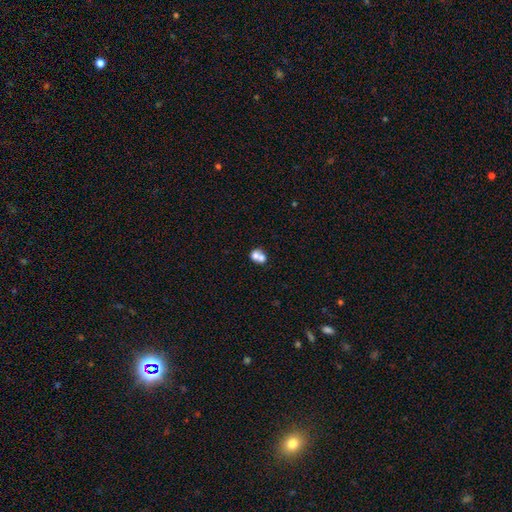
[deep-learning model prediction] A smooth galaxy with no disk features (69%) that is round (65%).

Vote fractions:
- Smooth or featured? smooth: 69% / featured or disk: 20% / star or artifact: 11%
- How rounded? round: 65% / in between: 35% / cigar-shaped: 1%
- Merging? merger: 64% / none: 27% / minor disturbance: 6% / major disturbance: 3%